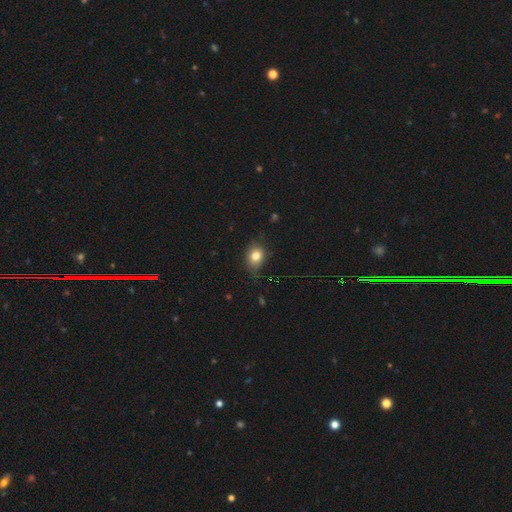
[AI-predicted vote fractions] smooth_or_featured: smooth (p=0.80) [alt: star or artifact p=0.11]
how_rounded: in between (p=0.58) [alt: round p=0.40]
merging: none (p=0.67) [alt: minor disturbance p=0.26]